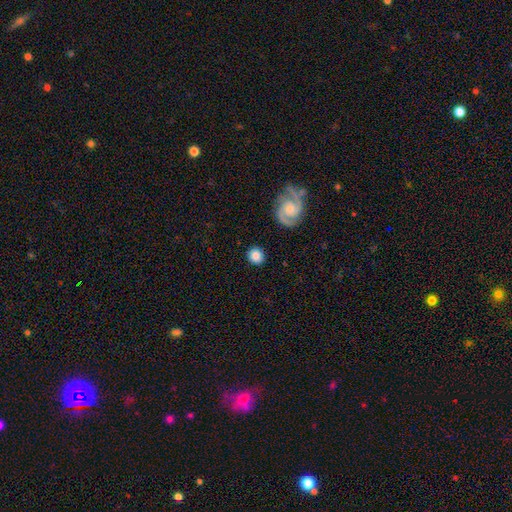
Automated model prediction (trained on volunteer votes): Smooth or featured?
  - smooth: 77% *
  - featured or disk: 15%
  - star or artifact: 8%
How rounded?
  - round: 86% *
  - in between: 13%
  - cigar-shaped: 1%
Merging?
  - none: 87% *
  - minor disturbance: 8%
  - major disturbance: 3%
  - merger: 2%